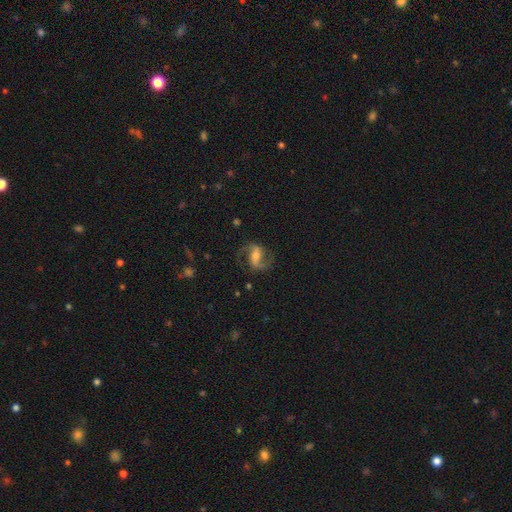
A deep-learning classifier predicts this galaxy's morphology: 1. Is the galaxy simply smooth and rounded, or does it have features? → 86% featured or disk, 8% smooth, 6% star or artifact.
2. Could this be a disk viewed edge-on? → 97% no, 3% yes.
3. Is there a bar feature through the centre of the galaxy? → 44% weak, 32% strong, 24% no.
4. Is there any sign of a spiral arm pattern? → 97% yes, 3% no.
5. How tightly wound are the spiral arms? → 50% medium, 40% loose, 10% tight.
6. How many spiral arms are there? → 93% 2, 2% can't tell, 2% 1, 1% 3, 1% 4, 1% more than 4.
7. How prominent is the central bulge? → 51% moderate, 30% small, 11% large, 6% none, 2% dominant.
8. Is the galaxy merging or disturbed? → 77% none, 14% minor disturbance, 8% major disturbance, 1% merger.